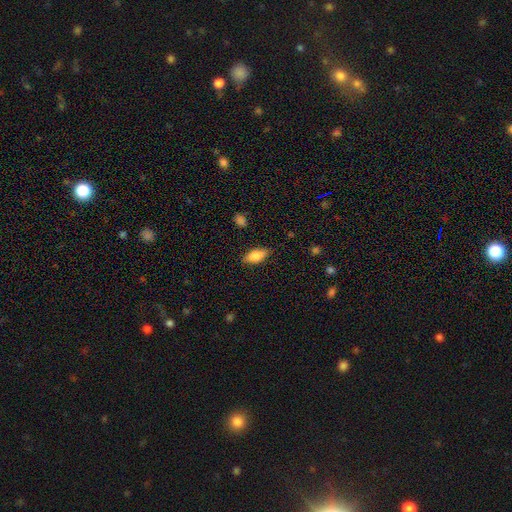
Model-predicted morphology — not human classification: A smooth galaxy with no disk features (79%) that is in between round and cigar-shaped (83%). Merging: none (84%).